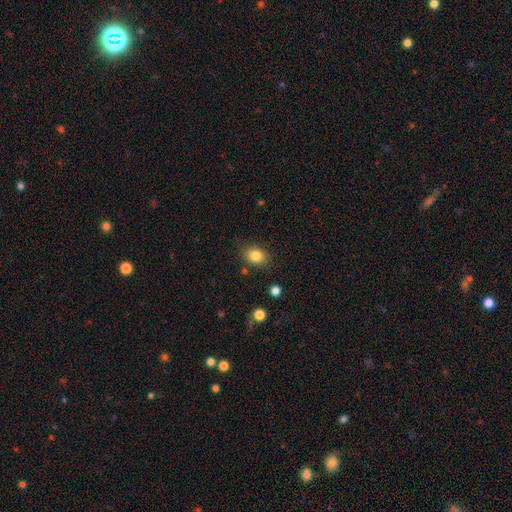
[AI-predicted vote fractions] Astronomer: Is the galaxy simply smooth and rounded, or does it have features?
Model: smooth — 83%.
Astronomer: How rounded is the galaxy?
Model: in between — 52% (runner-up: round, 47%).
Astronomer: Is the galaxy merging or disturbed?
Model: none — 82%.